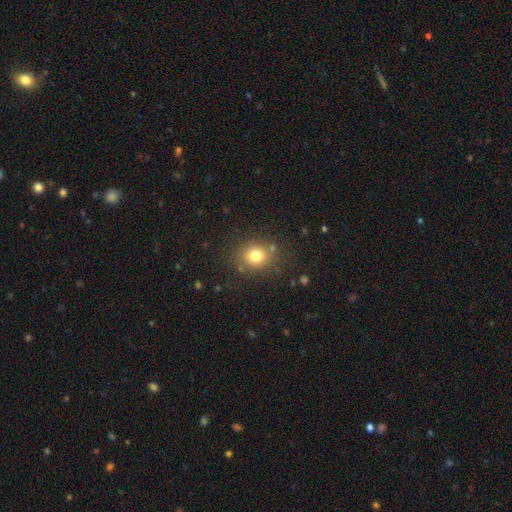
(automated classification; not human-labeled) Smooth or featured? Predicted: smooth (p=0.77). How rounded? Predicted: round (p=0.77). Merging? Predicted: none (p=0.81).